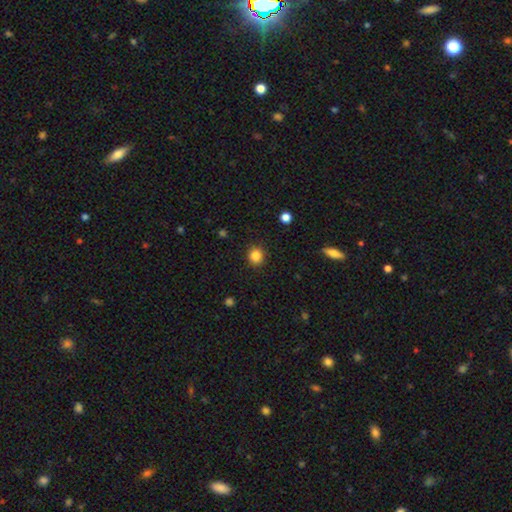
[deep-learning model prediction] Smooth or featured? smooth (85%)
How rounded? round (86%)
Merging? none (90%)